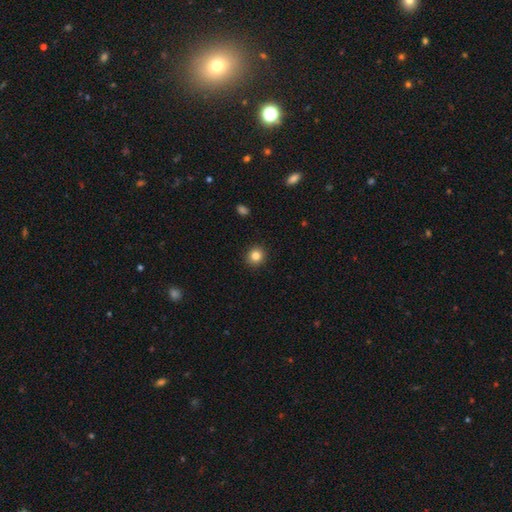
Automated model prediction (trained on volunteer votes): smooth_or_featured: smooth (p=0.83) [alt: star or artifact p=0.11]
how_rounded: round (p=0.89) [alt: in between p=0.10]
merging: none (p=0.92) [alt: minor disturbance p=0.05]